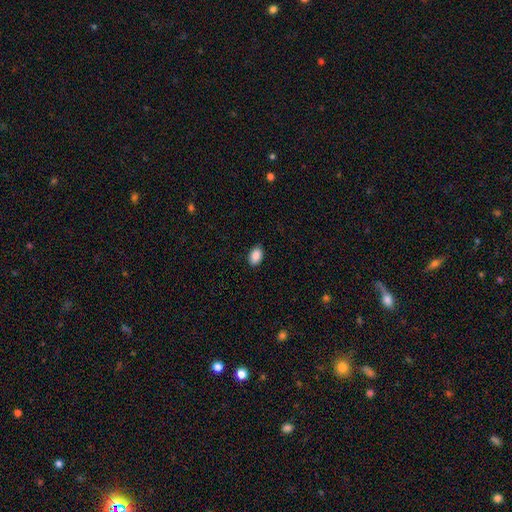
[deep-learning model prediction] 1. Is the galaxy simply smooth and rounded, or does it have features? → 90% smooth, 7% star or artifact, 3% featured or disk.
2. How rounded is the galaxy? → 88% in between, 11% round, 1% cigar-shaped.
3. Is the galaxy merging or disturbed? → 88% none, 9% minor disturbance, 2% major disturbance, 1% merger.